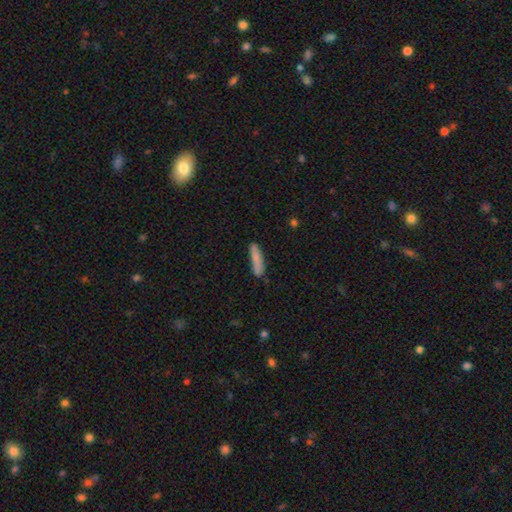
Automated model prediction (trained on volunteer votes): Smooth or featured: smooth — 81% (featured or disk — 12%)
How rounded: cigar-shaped — 83% (in between — 16%)
Merging: none — 83% (minor disturbance — 13%)